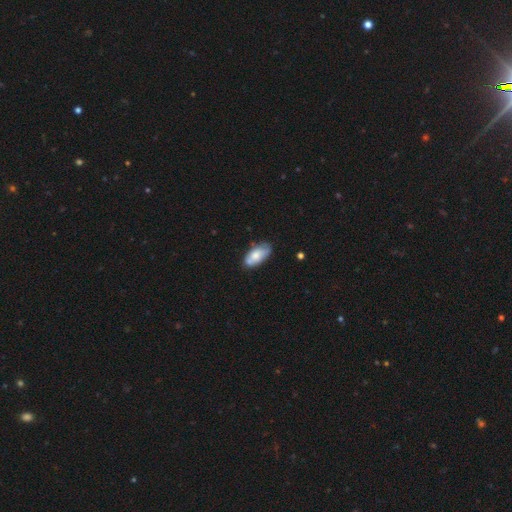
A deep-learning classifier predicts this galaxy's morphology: This is likely a smooth galaxy (66%). How rounded: clearly in between (91%). Merging: likely none (63%).